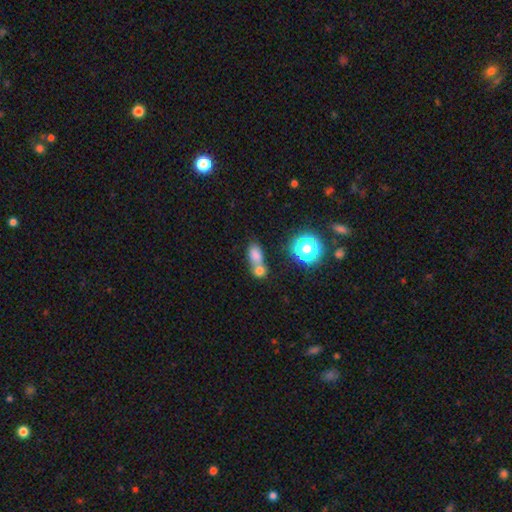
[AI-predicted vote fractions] Morphology: type=smooth (74%); roundness=in between (66%); merging=merger (60%).